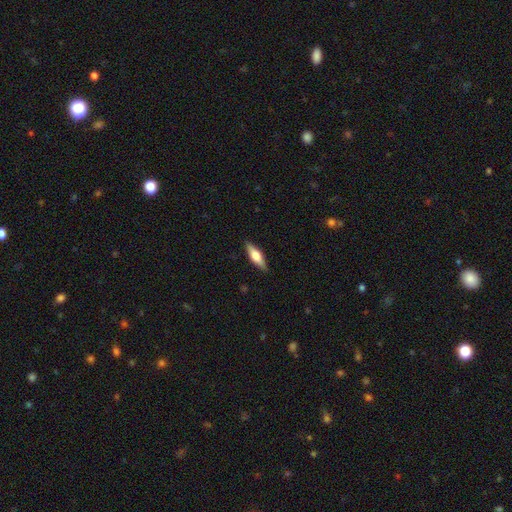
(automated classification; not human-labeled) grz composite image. It shows a smooth galaxy with no disk features (51%) that is cigar-shaped (51%). Merging: none (88%).